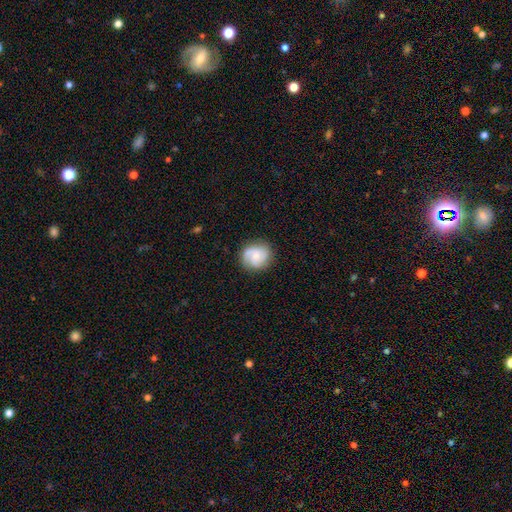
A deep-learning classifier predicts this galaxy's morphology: Overall: featured or disk (53%; smooth 39%). Edge-on disk: no (98%). Bar: no (70%). Spiral arms: yes (92%). Bulge size: small (53%; moderate 35%). Merging: none (80%).